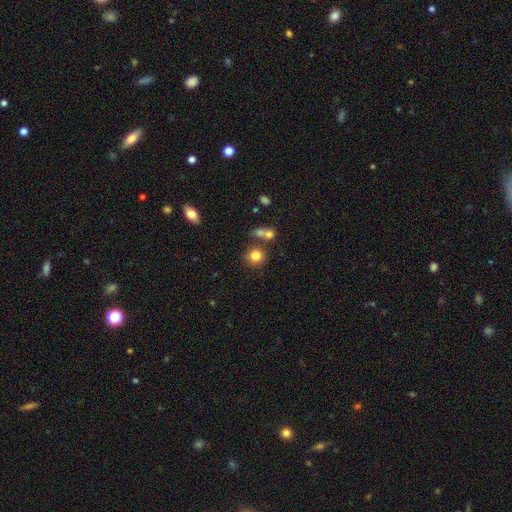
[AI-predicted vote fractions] Smooth or featured? smooth (81%)
How rounded? round (87%)
Merging? none (70%)